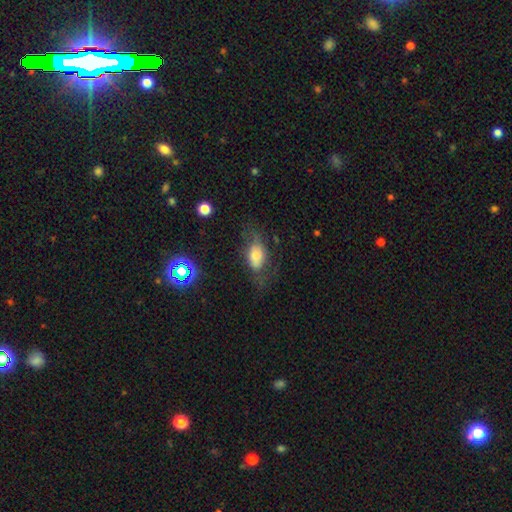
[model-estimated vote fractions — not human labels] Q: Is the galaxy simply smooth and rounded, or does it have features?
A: smooth — 57%.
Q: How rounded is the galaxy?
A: in between — 84%.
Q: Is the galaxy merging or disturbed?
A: none — 50%.